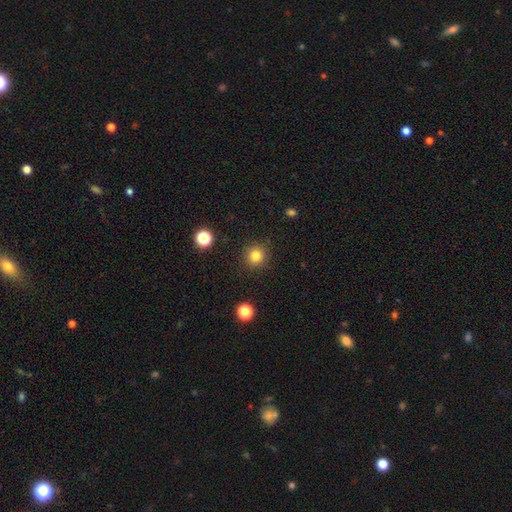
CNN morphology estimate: Smooth or featured? Predicted: smooth (p=0.82). How rounded? Predicted: round (p=0.93). Merging? Predicted: none (p=0.91).